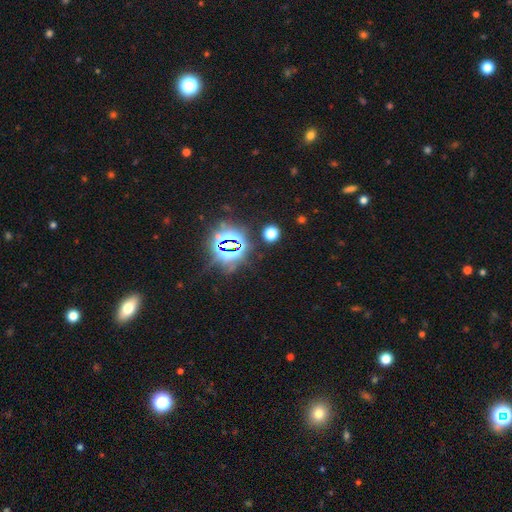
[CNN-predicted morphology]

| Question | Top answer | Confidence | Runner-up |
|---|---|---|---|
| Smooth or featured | star or artifact | 80% | smooth (13%) |